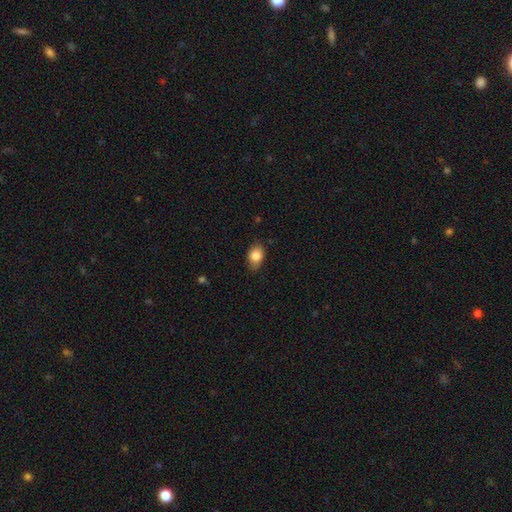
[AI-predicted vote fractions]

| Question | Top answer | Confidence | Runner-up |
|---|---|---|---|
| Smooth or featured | smooth | 84% | featured or disk (8%) |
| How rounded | in between | 82% | round (16%) |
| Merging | none | 79% | minor disturbance (17%) |